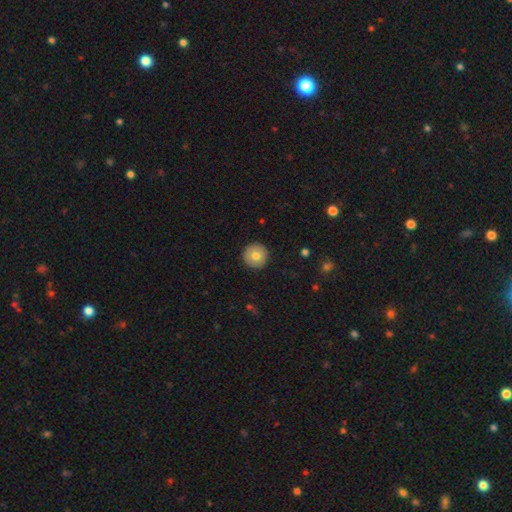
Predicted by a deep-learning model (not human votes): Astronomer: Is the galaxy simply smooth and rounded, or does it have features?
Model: smooth — 74%.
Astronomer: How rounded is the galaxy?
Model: round — 96%.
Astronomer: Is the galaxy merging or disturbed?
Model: none — 92%.